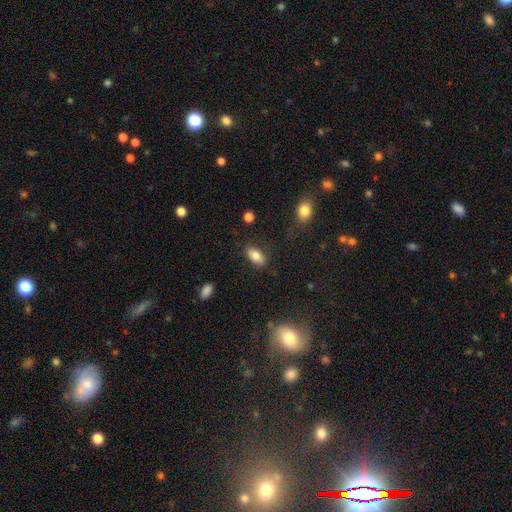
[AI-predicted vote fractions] smooth 80%, featured or disk 11%, star or artifact 8%. Down the decision tree: how rounded — in between (89%); merging — none (81%).